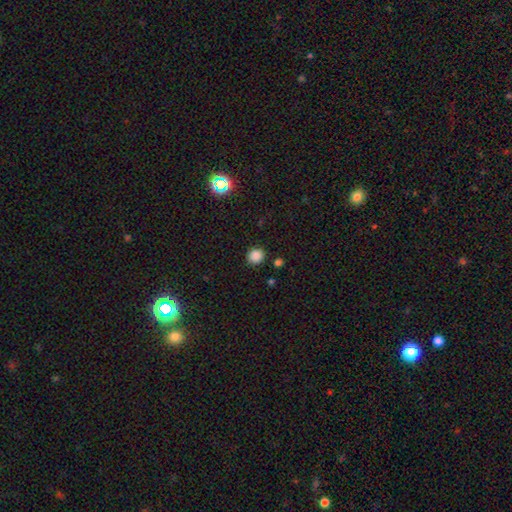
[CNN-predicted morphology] This appears to be a smooth galaxy with no disk features (85%) that is round (88%). Merging: none (88%).